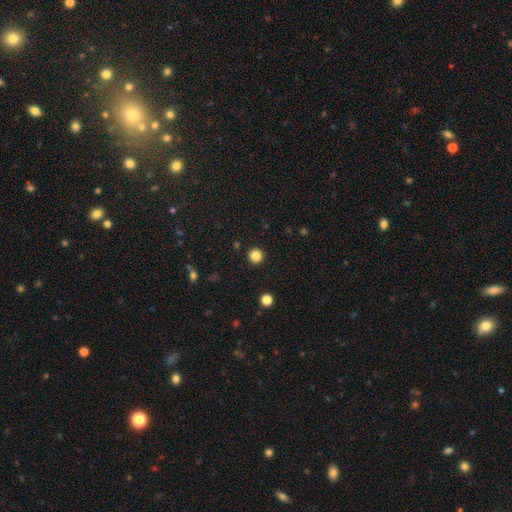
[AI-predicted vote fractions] Smooth or featured? Predicted: smooth (p=0.85). How rounded? Predicted: round (p=0.96). Merging? Predicted: none (p=0.93).